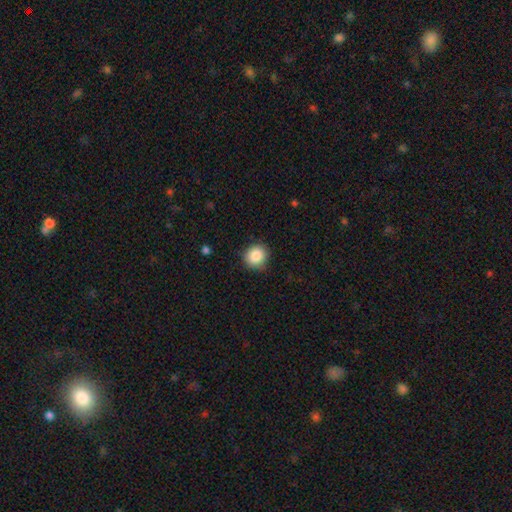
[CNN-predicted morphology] A smooth galaxy with no disk features (86%) that is round (85%).

Vote fractions:
- Smooth or featured? smooth: 86% / star or artifact: 9% / featured or disk: 5%
- How rounded? round: 85% / in between: 14% / cigar-shaped: 1%
- Merging? none: 86% / minor disturbance: 10% / major disturbance: 2% / merger: 1%